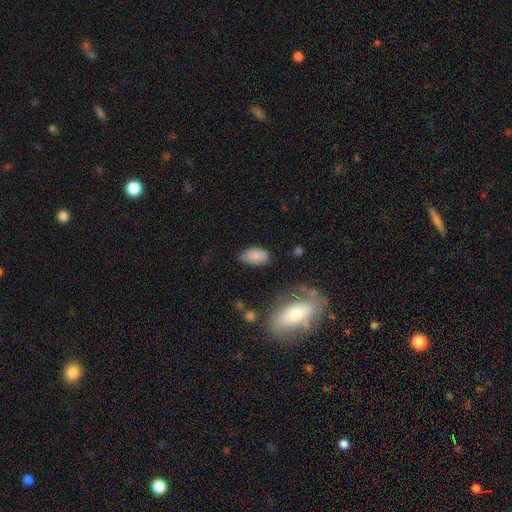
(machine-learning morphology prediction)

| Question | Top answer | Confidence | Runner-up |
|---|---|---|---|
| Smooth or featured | smooth | 83% | featured or disk (9%) |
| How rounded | in between | 94% | round (4%) |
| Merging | none | 75% | minor disturbance (19%) |